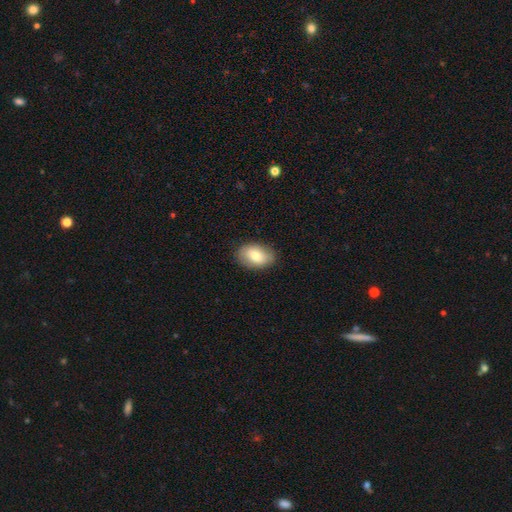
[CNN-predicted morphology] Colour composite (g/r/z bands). It shows a smooth galaxy with no disk features (78%) that is in between round and cigar-shaped (87%). Merging: none (85%).